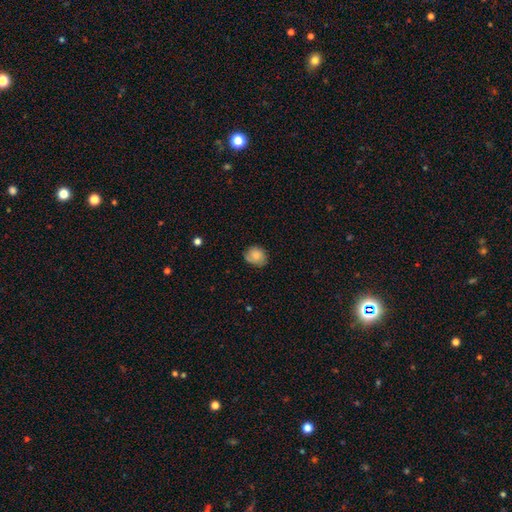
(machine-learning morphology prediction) A smooth galaxy with no disk features (77%) that is round (64%).

Vote fractions:
- Smooth or featured? smooth: 77% / featured or disk: 15% / star or artifact: 8%
- How rounded? round: 64% / in between: 35% / cigar-shaped: 1%
- Merging? none: 67% / minor disturbance: 25% / major disturbance: 6% / merger: 2%